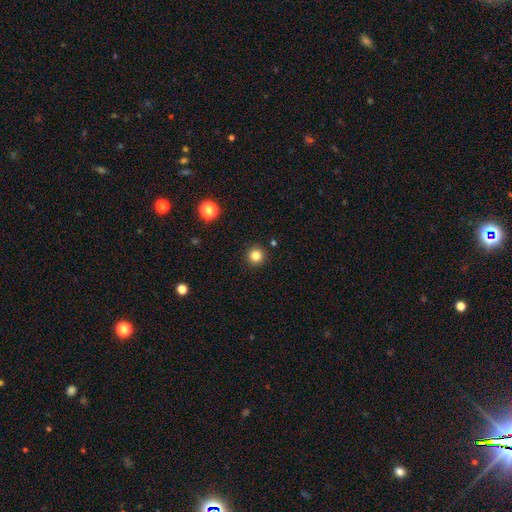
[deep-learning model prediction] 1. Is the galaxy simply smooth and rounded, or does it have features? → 83% smooth, 12% star or artifact, 5% featured or disk.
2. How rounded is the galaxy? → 95% round, 4% in between, 1% cigar-shaped.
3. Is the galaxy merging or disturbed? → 92% none, 5% minor disturbance, 2% major disturbance, 1% merger.